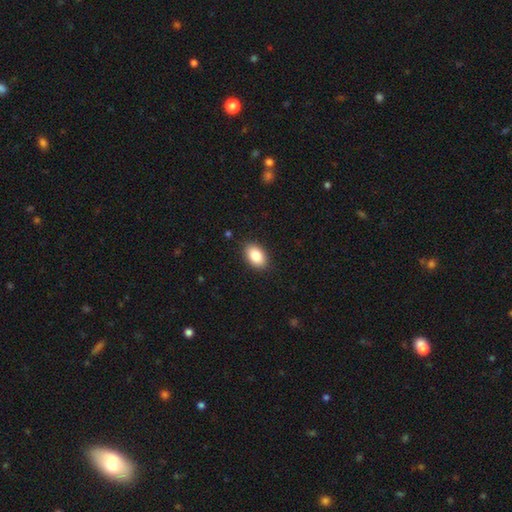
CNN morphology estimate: type=smooth (86%); roundness=in between (91%); merging=none (89%).